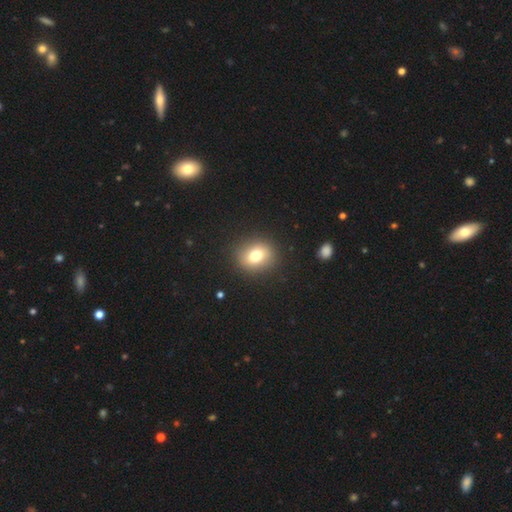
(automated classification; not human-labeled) Smooth or featured? Predicted: smooth (p=0.76). How rounded? Predicted: round (p=0.61). Merging? Predicted: none (p=0.89).